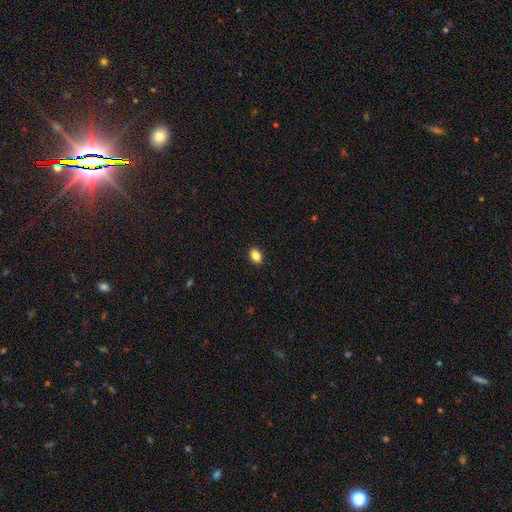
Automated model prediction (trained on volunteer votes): Morphology: type=smooth (86%); roundness=in between (76%); merging=none (91%).